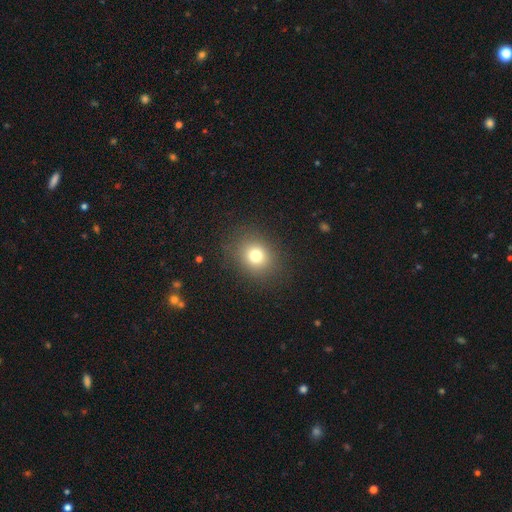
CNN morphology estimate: type=smooth (76%); roundness=round (69%); merging=none (86%).